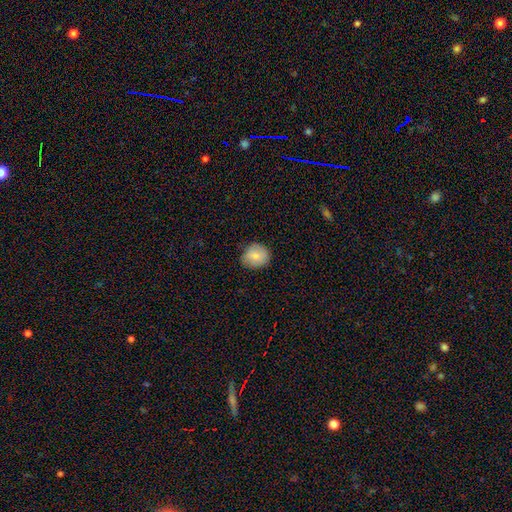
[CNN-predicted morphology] This appears to be a smooth galaxy with no disk features (79%) that is round (74%). Merging: none (74%).